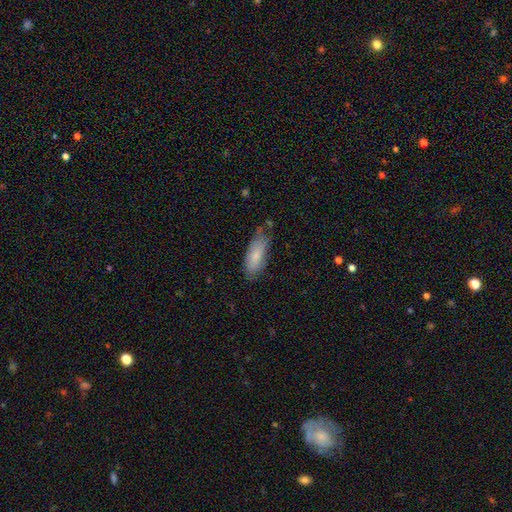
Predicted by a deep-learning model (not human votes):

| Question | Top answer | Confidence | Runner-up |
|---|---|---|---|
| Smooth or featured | smooth | 77% | featured or disk (17%) |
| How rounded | in between | 74% | cigar-shaped (24%) |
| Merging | none | 61% | minor disturbance (29%) |